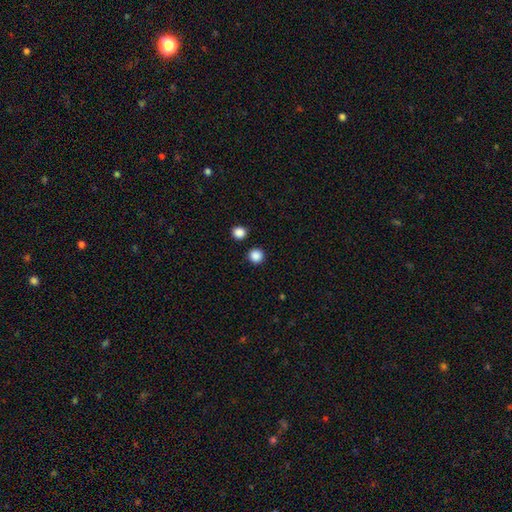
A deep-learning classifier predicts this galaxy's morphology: A smooth galaxy with no disk features (87%) that is round (95%). Merging: none (90%).